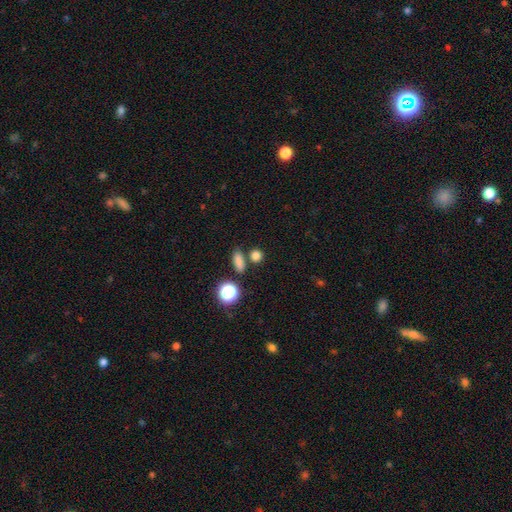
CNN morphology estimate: Smooth or featured: smooth — 80% (star or artifact — 15%)
How rounded: round — 63% (in between — 33%)
Merging: none — 73% (merger — 15%)